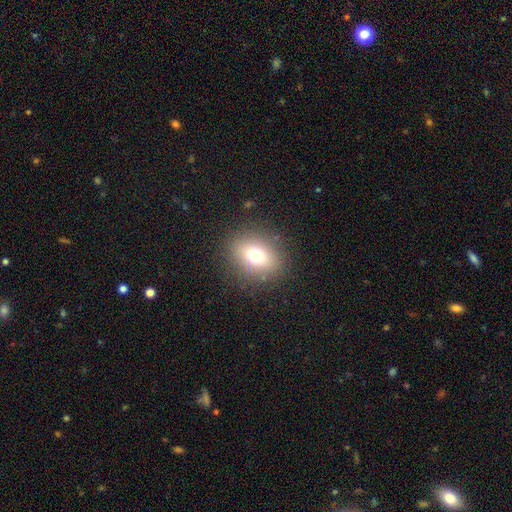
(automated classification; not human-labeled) A smooth galaxy with no disk features (71%) that is in between round and cigar-shaped (50%). Merging: none (85%).